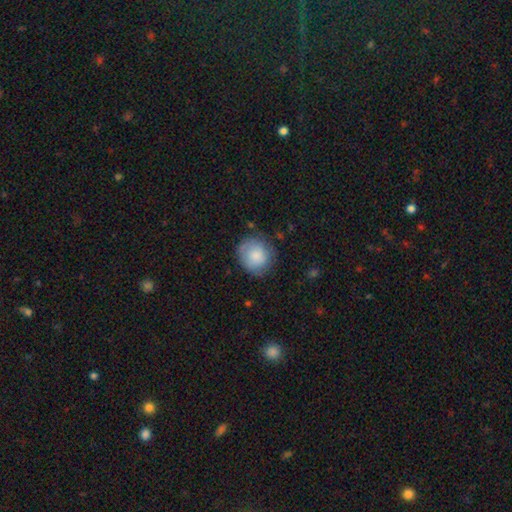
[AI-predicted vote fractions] A smooth galaxy with no disk features (77%) that is round (85%). Merging: none (75%).